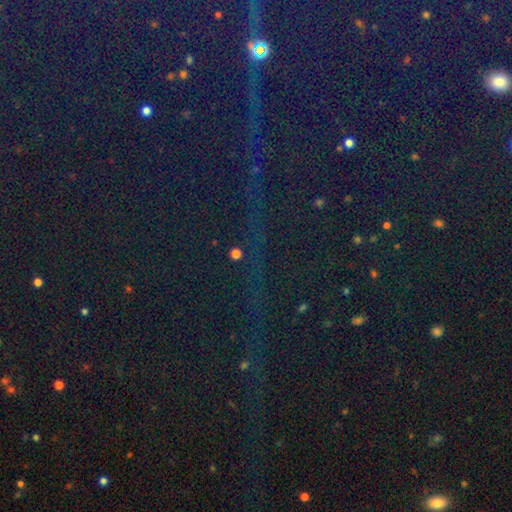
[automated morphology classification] smooth_or_featured: star or artifact (p=0.84) [alt: smooth p=0.09]